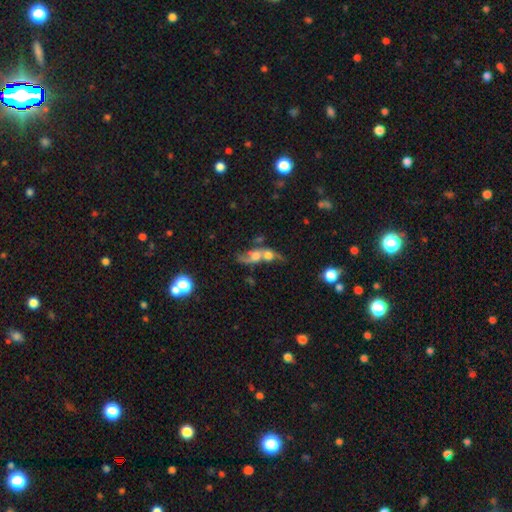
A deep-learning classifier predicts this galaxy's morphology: This appears to be a featured or disk galaxy (46%). Merging: merger (74%).